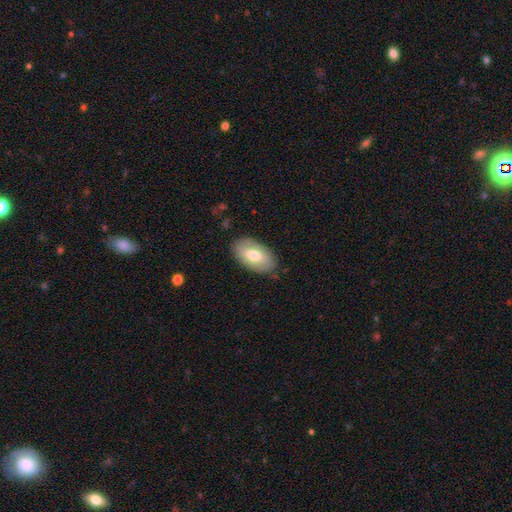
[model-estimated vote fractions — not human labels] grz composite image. It shows a smooth galaxy with no disk features (64%) that is in between round and cigar-shaped (94%). Merging: none (84%).